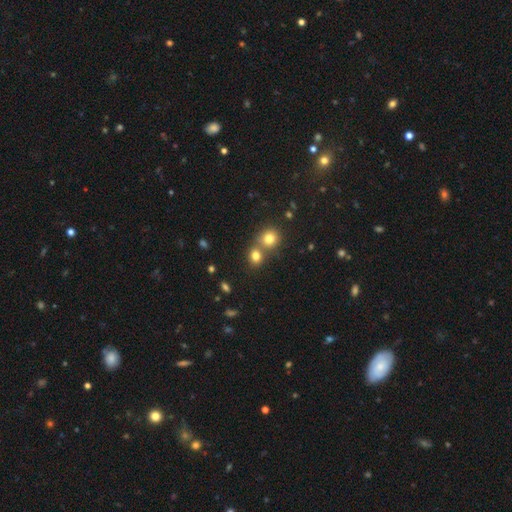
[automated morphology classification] The model was most divided on "merging": none: 50%, merger: 40%, minor disturbance: 7%, major disturbance: 3%. More confident: smooth or featured — smooth (78%); how rounded — round (72%).